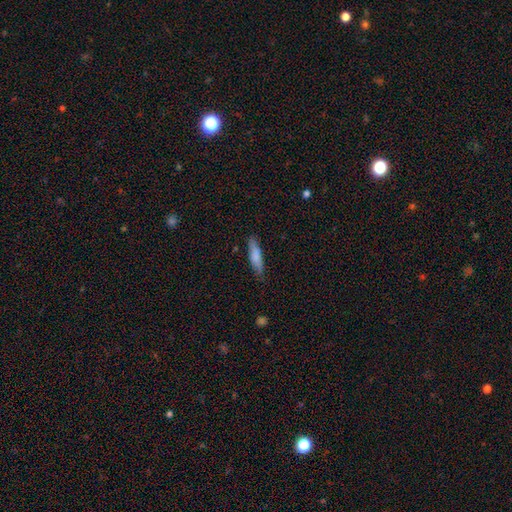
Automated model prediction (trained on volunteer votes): A smooth galaxy with no disk features (77%) that is cigar-shaped (74%).

Vote fractions:
- Smooth or featured? smooth: 77% / featured or disk: 17% / star or artifact: 6%
- How rounded? cigar-shaped: 74% / in between: 25% / round: 2%
- Merging? none: 79% / minor disturbance: 16% / major disturbance: 3% / merger: 2%